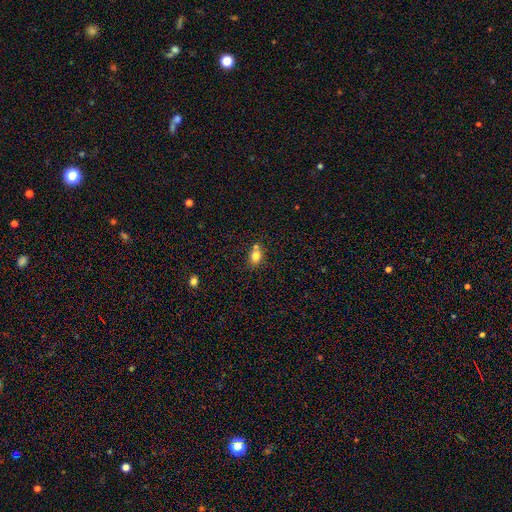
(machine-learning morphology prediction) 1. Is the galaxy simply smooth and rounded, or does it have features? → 79% smooth, 11% star or artifact, 10% featured or disk.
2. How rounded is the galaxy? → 60% in between, 39% round, 1% cigar-shaped.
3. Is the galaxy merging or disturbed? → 60% none, 22% merger, 14% minor disturbance, 3% major disturbance.